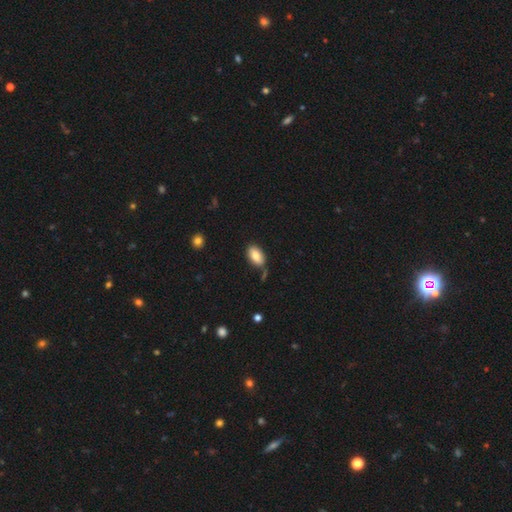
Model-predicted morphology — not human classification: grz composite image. It shows a smooth galaxy with no disk features (81%) that is in between round and cigar-shaped (93%). Merging: none (71%).